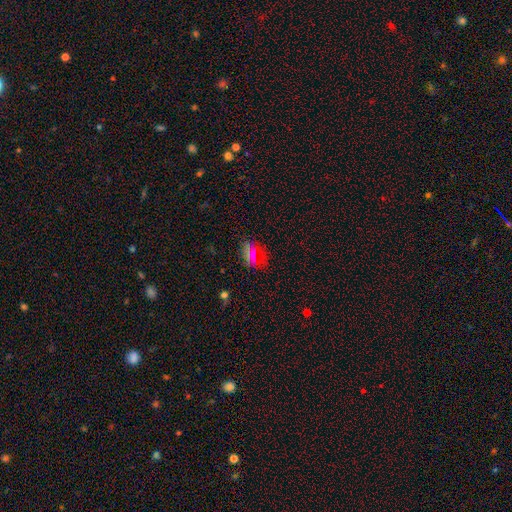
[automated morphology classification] Smooth or featured? smooth (63%)
How rounded? round (57%)
Merging? none (84%)